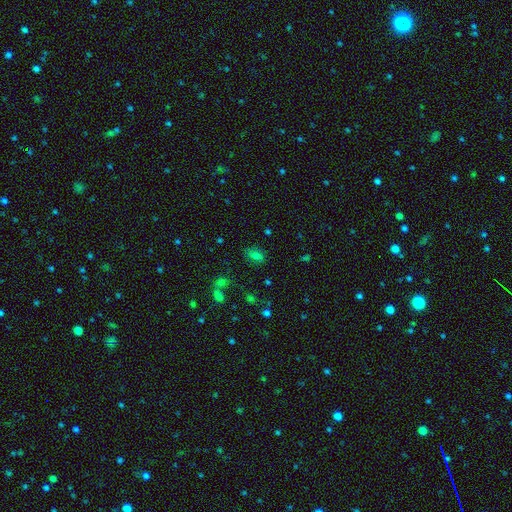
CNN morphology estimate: This is likely a smooth galaxy (66%). How rounded: likely in between (78%). Merging: likely none (72%).